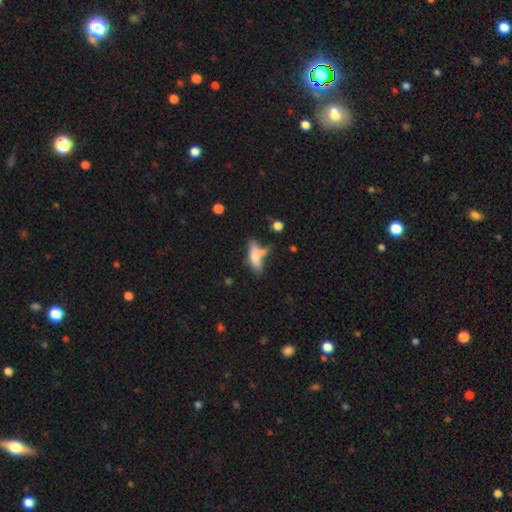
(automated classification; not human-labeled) The model was most divided on "how rounded": in between: 55%, cigar-shaped: 41%, round: 4%. Remaining: smooth or featured — smooth (66%); merging — none (39%).